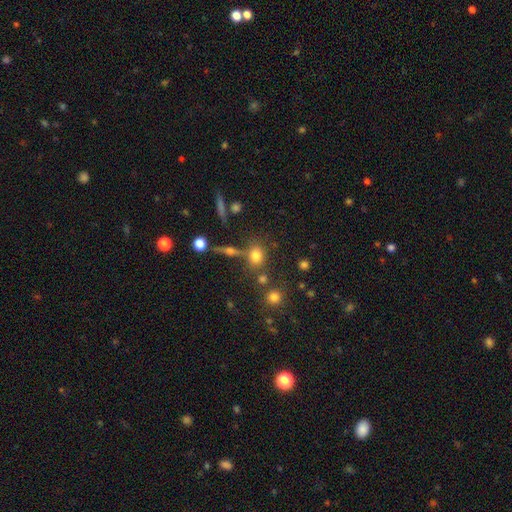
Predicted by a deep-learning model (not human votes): The model was most divided on "how rounded": round: 61%, in between: 36%, cigar-shaped: 3%. More confident: smooth or featured — smooth (73%); merging — none (68%).